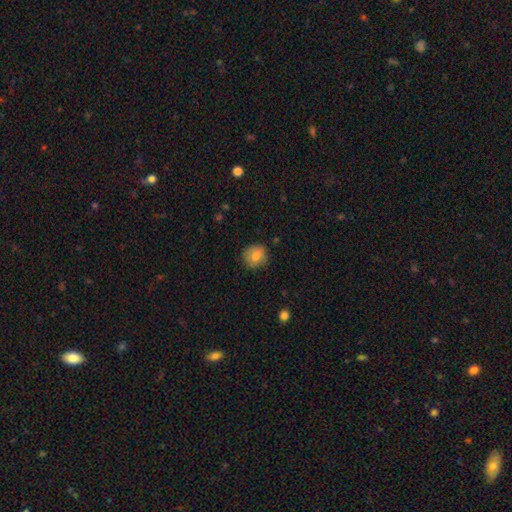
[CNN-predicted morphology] A smooth galaxy with no disk features (82%) that is round (84%).

Vote fractions:
- Smooth or featured? smooth: 82% / featured or disk: 9% / star or artifact: 9%
- How rounded? round: 84% / in between: 15% / cigar-shaped: 1%
- Merging? none: 81% / minor disturbance: 15% / major disturbance: 3% / merger: 1%